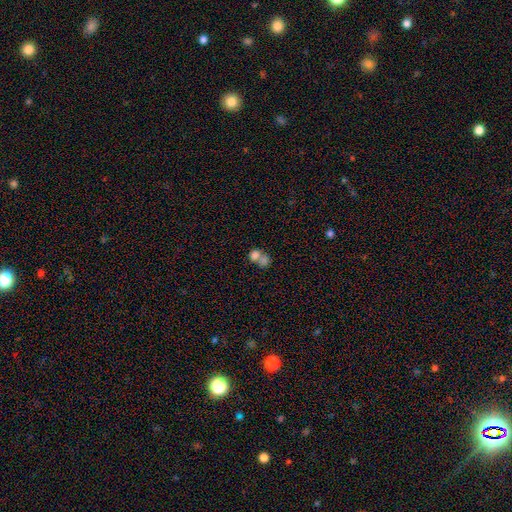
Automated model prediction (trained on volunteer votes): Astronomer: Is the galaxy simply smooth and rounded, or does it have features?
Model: smooth — 75%.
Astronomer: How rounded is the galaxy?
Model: round — 56% (runner-up: in between, 43%).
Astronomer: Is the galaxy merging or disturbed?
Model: merger — 68%.